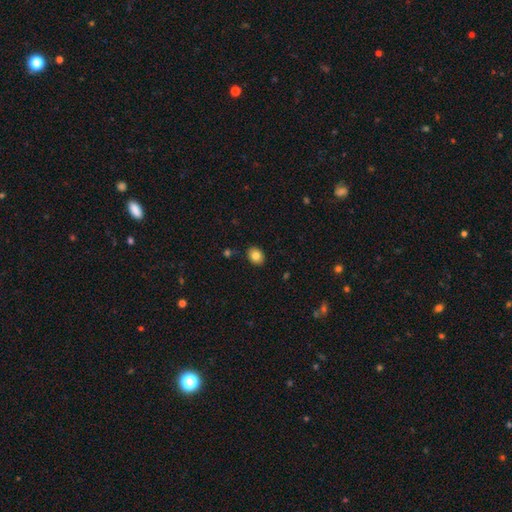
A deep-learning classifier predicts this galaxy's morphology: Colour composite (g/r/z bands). It shows a smooth galaxy with no disk features (83%) that is in between round and cigar-shaped (61%). Merging: none (88%).